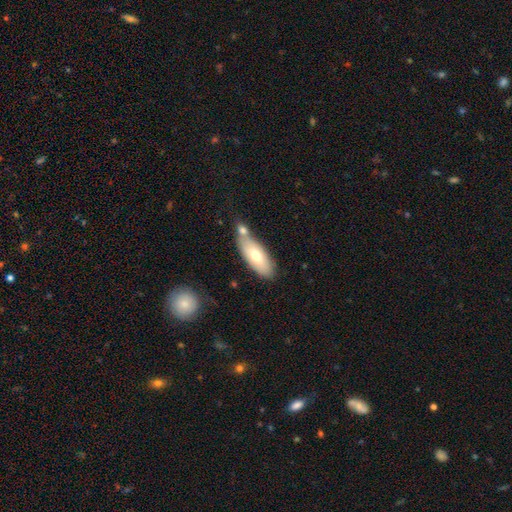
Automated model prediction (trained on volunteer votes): This is likely a smooth galaxy (67%). How rounded: likely in between (78%). Merging: possibly none (51%).